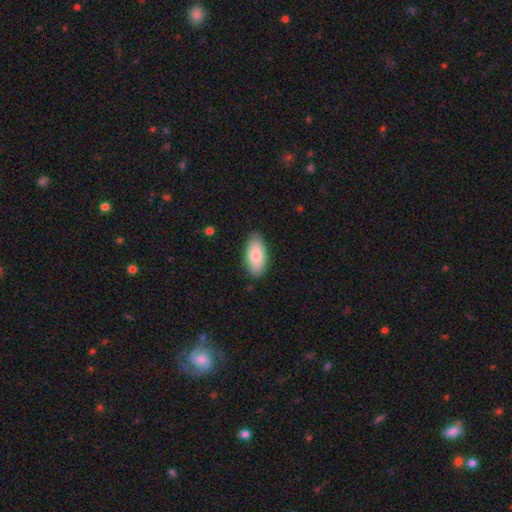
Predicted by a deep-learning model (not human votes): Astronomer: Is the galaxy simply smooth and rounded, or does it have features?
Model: smooth — 82%.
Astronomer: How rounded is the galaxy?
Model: in between — 92%.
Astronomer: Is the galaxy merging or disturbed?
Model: none — 83%.